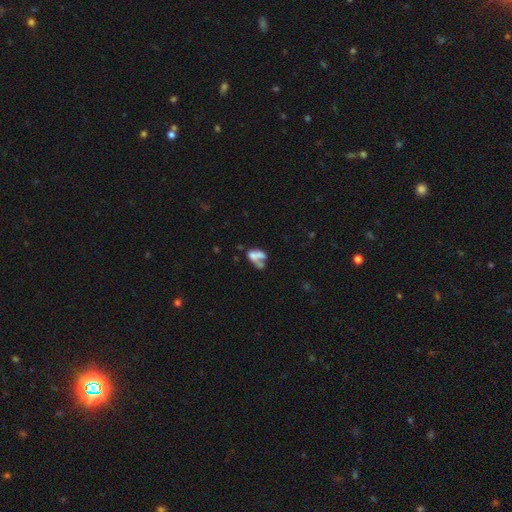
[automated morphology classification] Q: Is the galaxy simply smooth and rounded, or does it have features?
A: smooth — 50%.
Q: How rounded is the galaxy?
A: in between — 82%.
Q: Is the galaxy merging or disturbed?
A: merger — 51%.